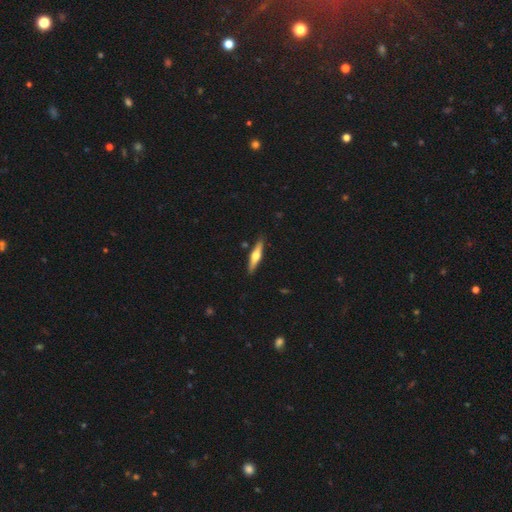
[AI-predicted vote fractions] Morphology: type=featured or disk (59%); edge-on=yes (96%); edge-on bulge=rounded (92%); merging=none (89%).